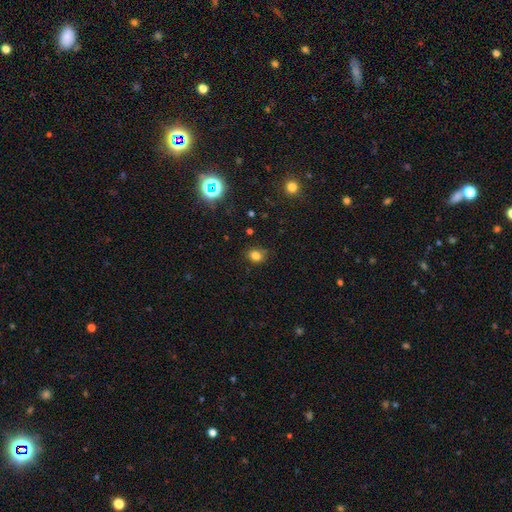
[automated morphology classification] smooth_or_featured: smooth (p=0.79) [alt: star or artifact p=0.15]
how_rounded: round (p=0.60) [alt: in between p=0.39]
merging: none (p=0.78) [alt: minor disturbance p=0.17]